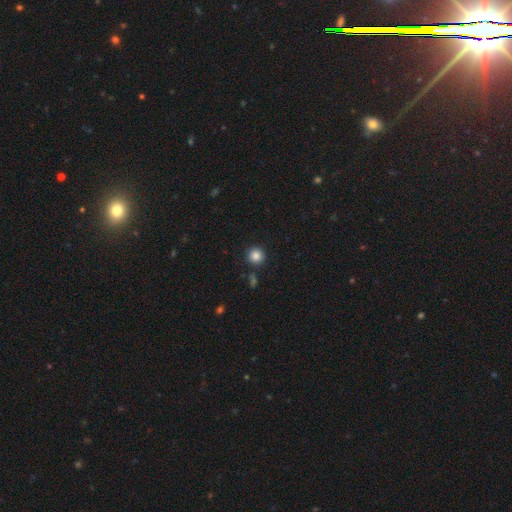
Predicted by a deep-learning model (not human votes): This is clearly a smooth galaxy (85%). How rounded: clearly round (94%). Merging: clearly none (89%).